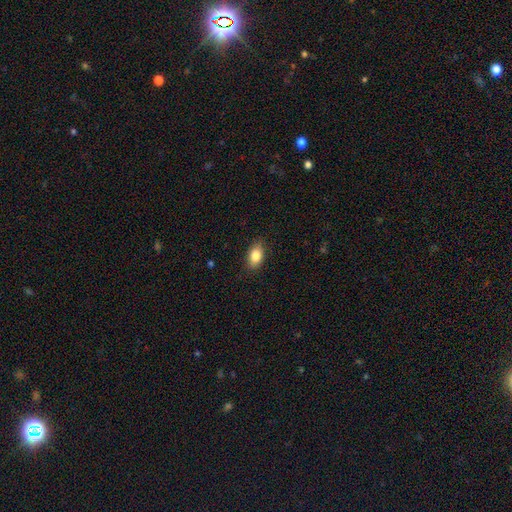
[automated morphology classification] Q: Smooth or featured?
A: smooth (83%); runner-up: featured or disk (9%)
Q: How rounded?
A: in between (87%); runner-up: round (10%)
Q: Merging?
A: none (86%); runner-up: minor disturbance (11%)